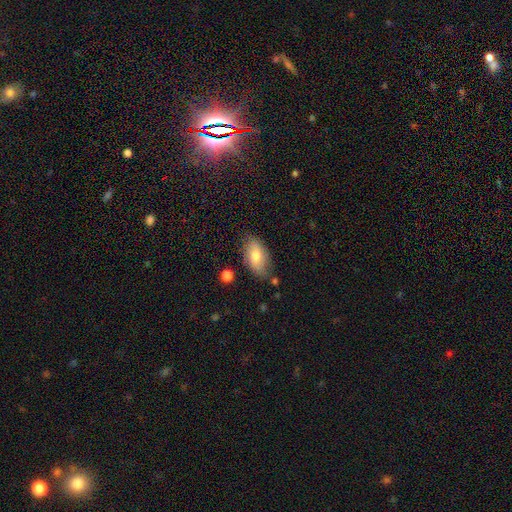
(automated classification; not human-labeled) A smooth galaxy with no disk features (73%) that is in between round and cigar-shaped (93%).

Vote fractions:
- Smooth or featured? smooth: 73% / featured or disk: 20% / star or artifact: 7%
- How rounded? in between: 93% / round: 5% / cigar-shaped: 3%
- Merging? none: 77% / minor disturbance: 17% / major disturbance: 3% / merger: 3%